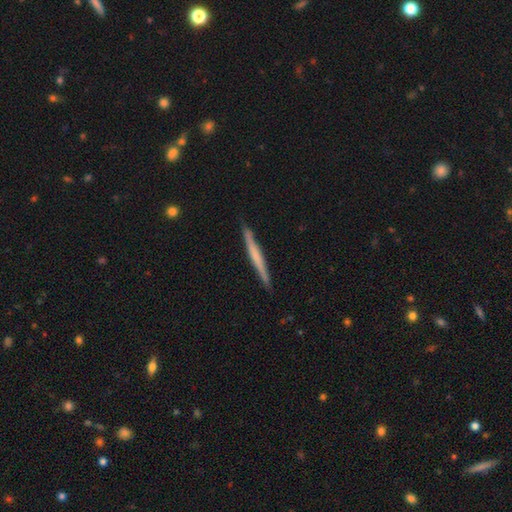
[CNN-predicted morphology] featured or disk 50%, smooth 45%, star or artifact 5%. Down the decision tree: edge-on disk — yes (97%); merging — none (90%).